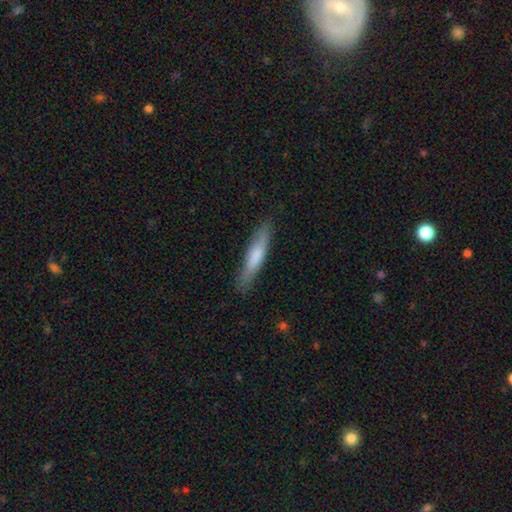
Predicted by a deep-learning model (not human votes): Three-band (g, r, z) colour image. It shows a smooth galaxy with no disk features (70%) that is cigar-shaped (88%). Merging: none (85%).